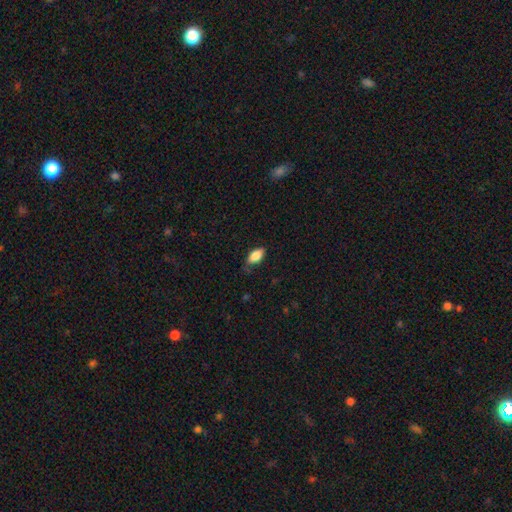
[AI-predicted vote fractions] Q: Smooth or featured?
A: smooth (85%); runner-up: featured or disk (8%)
Q: How rounded?
A: in between (90%); runner-up: cigar-shaped (6%)
Q: Merging?
A: none (69%); runner-up: minor disturbance (25%)